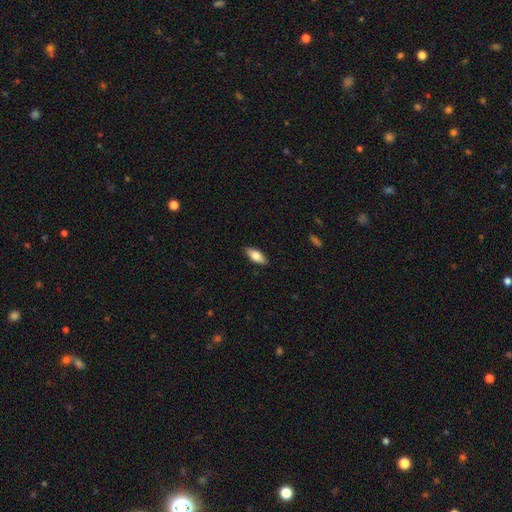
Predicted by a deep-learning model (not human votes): smooth_or_featured: smooth (p=0.76) [alt: featured or disk p=0.18]
how_rounded: in between (p=0.82) [alt: cigar-shaped p=0.15]
merging: none (p=0.88) [alt: minor disturbance p=0.09]